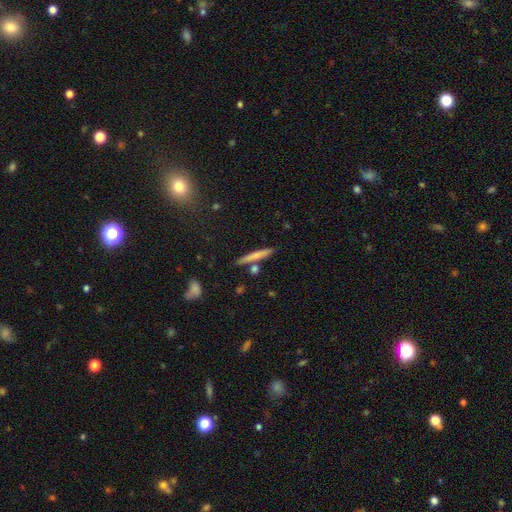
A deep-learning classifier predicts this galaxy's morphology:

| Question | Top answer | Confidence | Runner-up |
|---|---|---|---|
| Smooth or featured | smooth | 66% | featured or disk (28%) |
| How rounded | cigar-shaped | 94% | in between (4%) |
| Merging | none | 80% | minor disturbance (9%) |